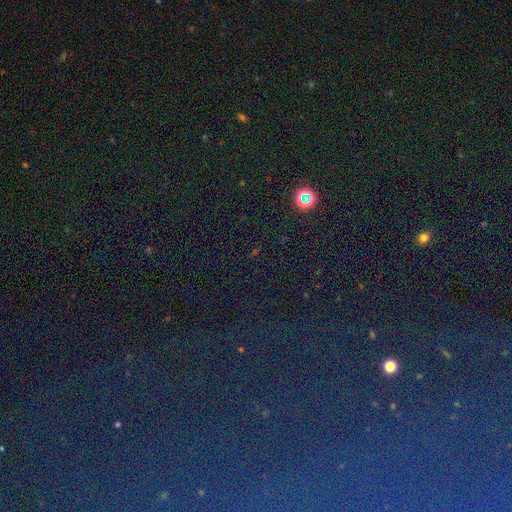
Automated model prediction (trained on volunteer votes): Smooth or featured: star or artifact — 82% (smooth — 11%)